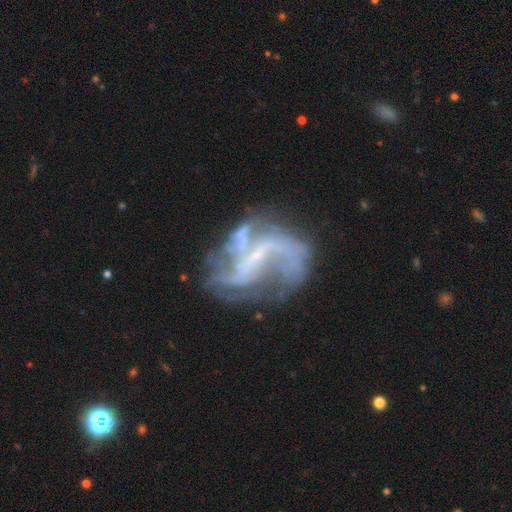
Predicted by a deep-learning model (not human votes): featured or disk 82%, star or artifact 10%, smooth 9%. Down the decision tree: edge-on disk — no (98%); bar — weak (41%); spiral arms — yes (80%); spiral arm count — 2 (34%); spiral winding — loose (60%); bulge size — small (51%); merging — none (40%).